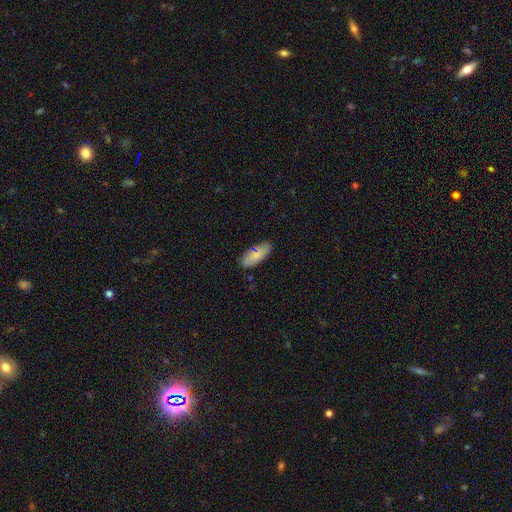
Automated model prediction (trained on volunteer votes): A smooth galaxy with no disk features (81%) that is in between round and cigar-shaped (81%). Merging: none (83%).